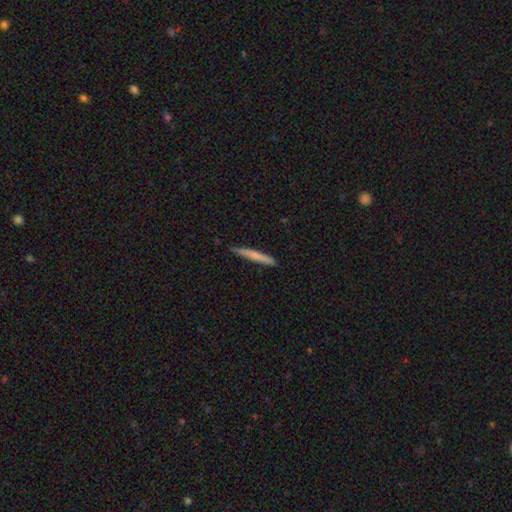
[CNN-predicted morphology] type=smooth (69%); roundness=cigar-shaped (96%); merging=none (86%).